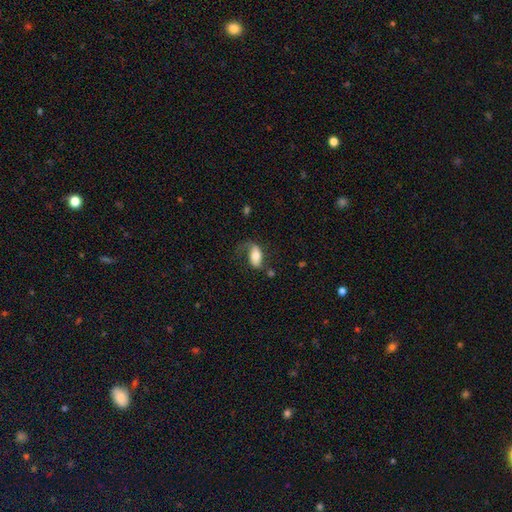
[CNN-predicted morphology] Smooth or featured? smooth (61%)
How rounded? in between (89%)
Merging? none (43%)